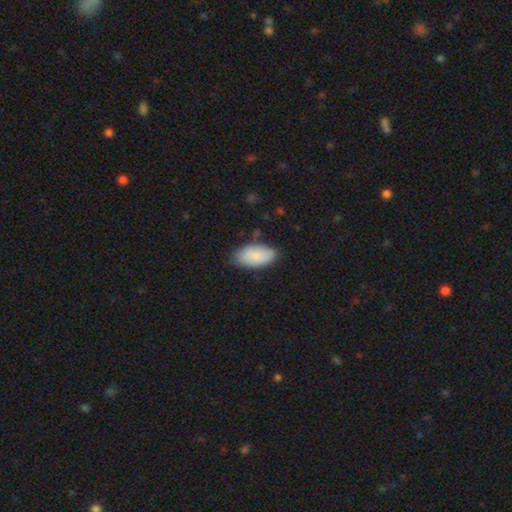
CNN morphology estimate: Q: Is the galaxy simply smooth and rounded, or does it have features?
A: smooth — 87%.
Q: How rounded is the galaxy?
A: in between — 94%.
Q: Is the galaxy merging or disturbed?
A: none — 79%.